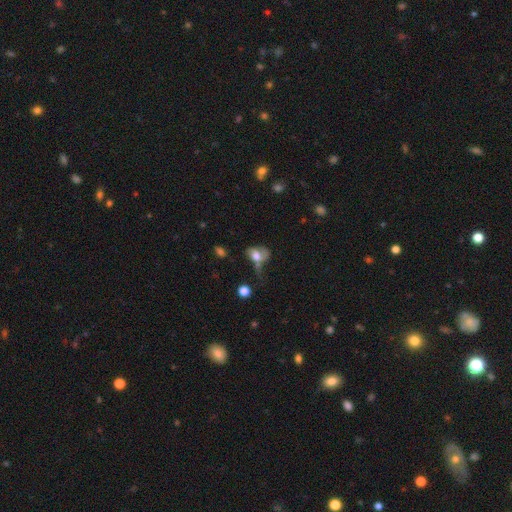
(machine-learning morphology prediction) Smooth or featured? Predicted: smooth (p=0.53). How rounded? Predicted: in between (p=0.72). Merging? Predicted: major disturbance (p=0.39).